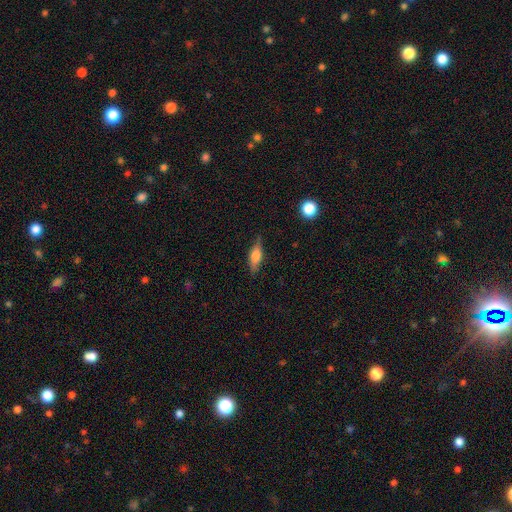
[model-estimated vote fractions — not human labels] A smooth galaxy with no disk features (50%) that is in between round and cigar-shaped (56%). Merging: none (81%).